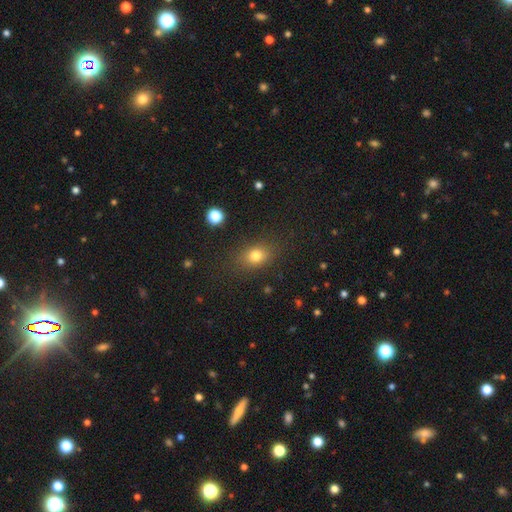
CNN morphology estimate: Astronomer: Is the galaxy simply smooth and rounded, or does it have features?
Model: smooth — 79%.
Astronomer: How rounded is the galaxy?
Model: in between — 63%.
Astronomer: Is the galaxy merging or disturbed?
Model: none — 81%.